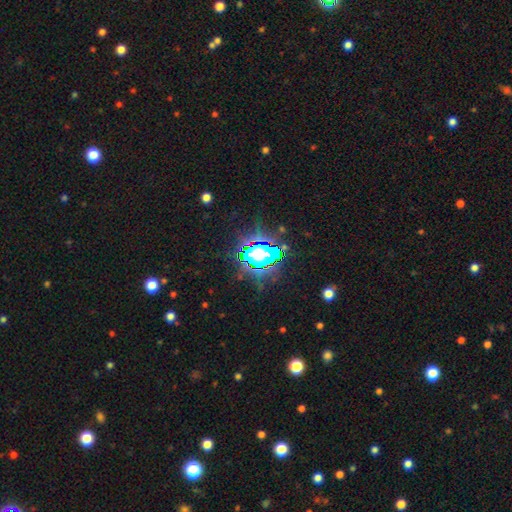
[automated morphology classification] A star or artifact, not a galaxy (60%).